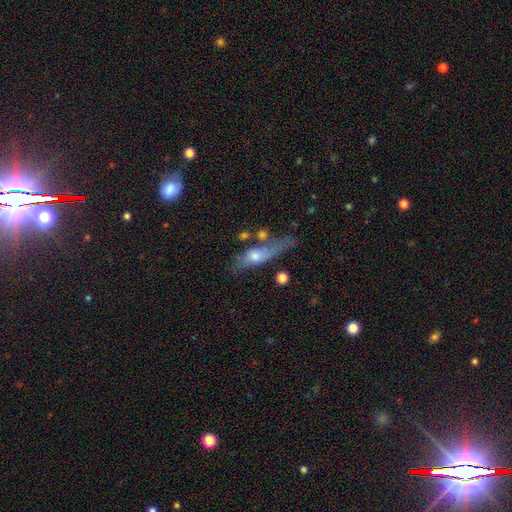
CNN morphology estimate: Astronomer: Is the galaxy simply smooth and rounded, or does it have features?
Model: smooth — 48% (runner-up: featured or disk, 43%).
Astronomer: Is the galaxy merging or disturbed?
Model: none — 40% (runner-up: minor disturbance, 25%).